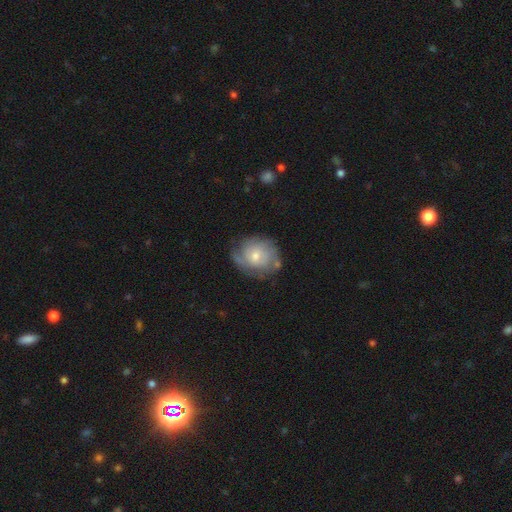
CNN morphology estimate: Overall: featured or disk (53%; smooth 39%). Edge-on disk: no (97%). Bar: no (75%). Spiral arms: yes (76%). Bulge size: small (51%; moderate 44%). Merging: none (62%; minor disturbance 24%).